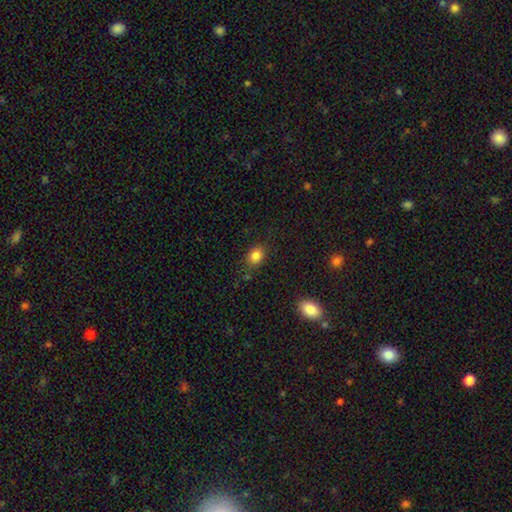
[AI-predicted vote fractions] The model was most divided on "how rounded": round: 52%, in between: 46%, cigar-shaped: 1%. More confident: smooth or featured — smooth (83%); merging — none (77%).